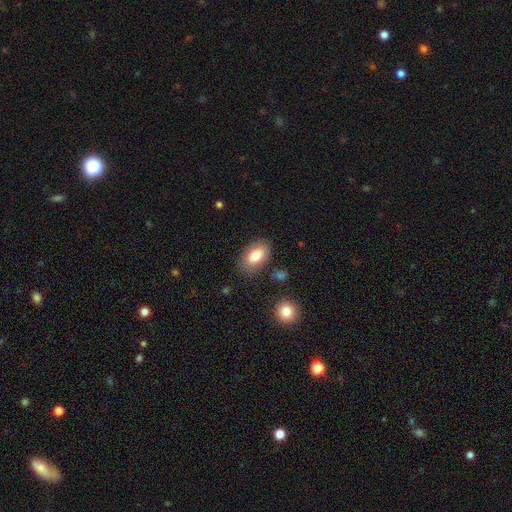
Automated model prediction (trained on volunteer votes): Overall: smooth (79%). How rounded: in between (91%). Merging: none (81%).